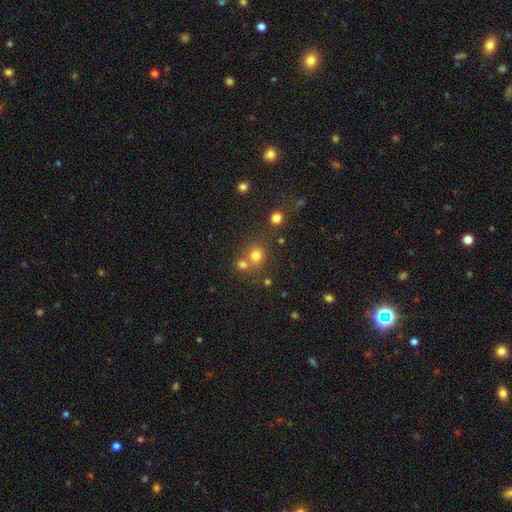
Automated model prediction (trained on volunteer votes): Smooth or featured?
  - smooth: 74% *
  - star or artifact: 17%
  - featured or disk: 8%
How rounded?
  - round: 84% *
  - in between: 15%
  - cigar-shaped: 1%
Merging?
  - none: 57% *
  - merger: 32%
  - minor disturbance: 8%
  - major disturbance: 4%